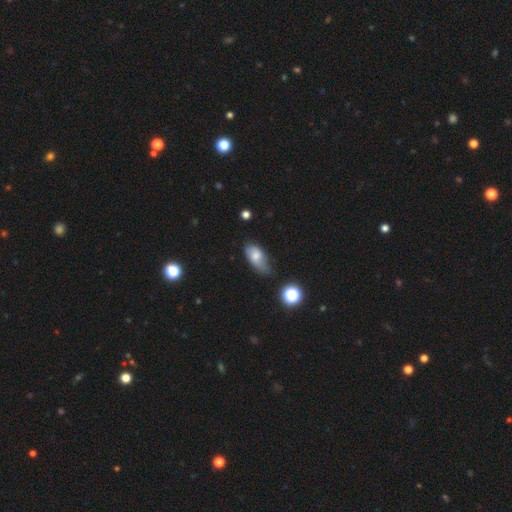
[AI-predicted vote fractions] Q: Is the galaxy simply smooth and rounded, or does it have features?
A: smooth — 69%.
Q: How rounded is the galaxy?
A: in between — 89%.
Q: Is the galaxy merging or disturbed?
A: minor disturbance — 42%.